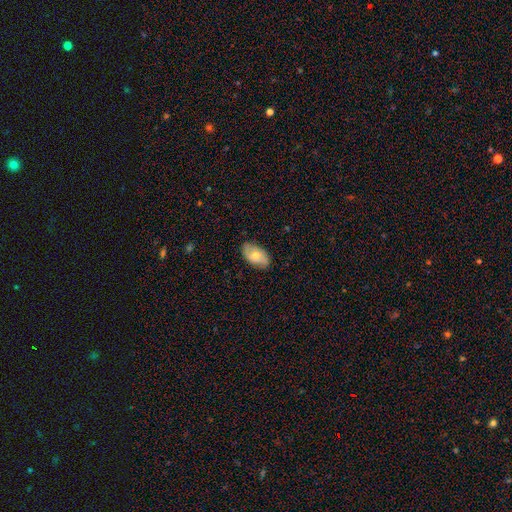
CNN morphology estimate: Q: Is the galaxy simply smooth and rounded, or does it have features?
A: smooth — 63%.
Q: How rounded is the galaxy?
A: in between — 94%.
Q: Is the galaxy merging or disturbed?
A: none — 80%.